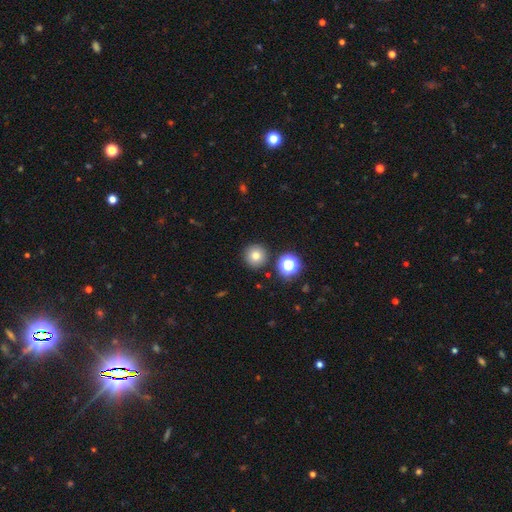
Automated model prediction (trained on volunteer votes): smooth-or-featured: smooth: 77% | star or artifact: 15% | featured or disk: 8%
  how-rounded: round: 95% | in between: 4% | cigar-shaped: 1%
  merging: none: 88% | minor disturbance: 6% | merger: 4% | major disturbance: 2%